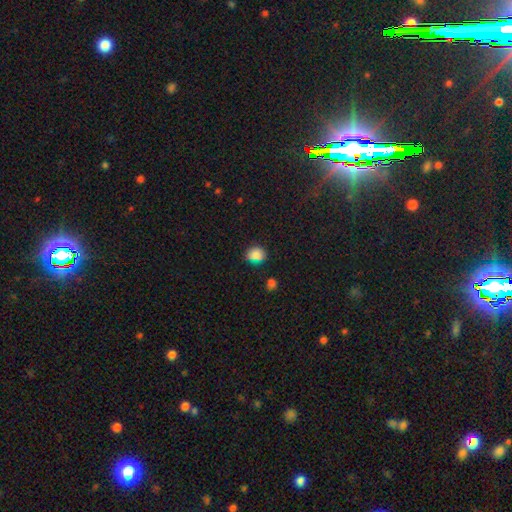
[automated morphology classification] A smooth galaxy with no disk features (80%) that is round (72%).

Vote fractions:
- Smooth or featured? smooth: 80% / star or artifact: 15% / featured or disk: 5%
- How rounded? round: 72% / in between: 27% / cigar-shaped: 1%
- Merging? none: 78% / minor disturbance: 15% / major disturbance: 3% / merger: 3%